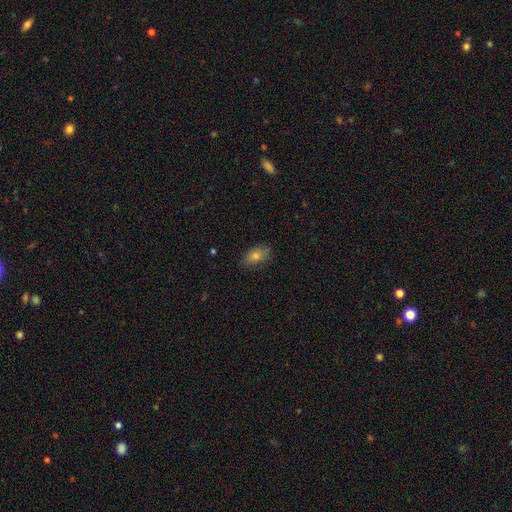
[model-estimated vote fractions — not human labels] The model was most divided on "smooth or featured": smooth: 72%, featured or disk: 16%, star or artifact: 12%. More confident: how rounded — in between (87%); merging — none (80%).